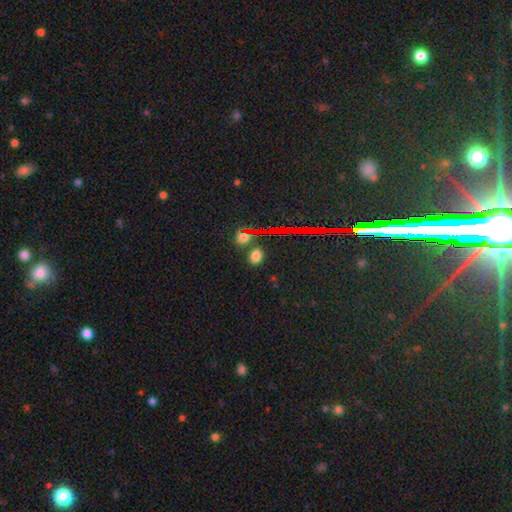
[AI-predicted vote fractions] Overall: smooth (71%). How rounded: in between (57%; round 41%). Merging: none (81%).